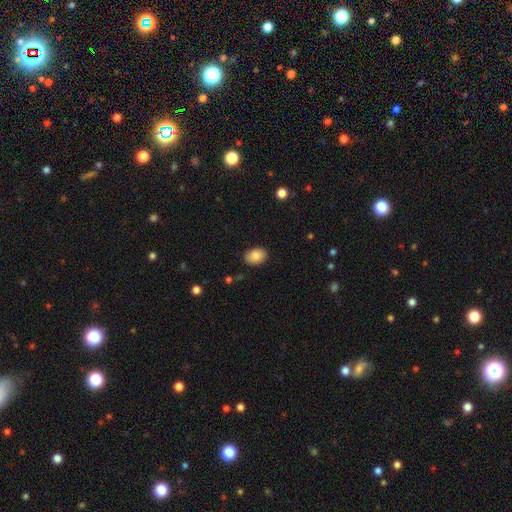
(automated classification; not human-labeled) Smooth or featured: smooth — 85% (star or artifact — 8%)
How rounded: in between — 82% (round — 17%)
Merging: none — 87% (minor disturbance — 9%)